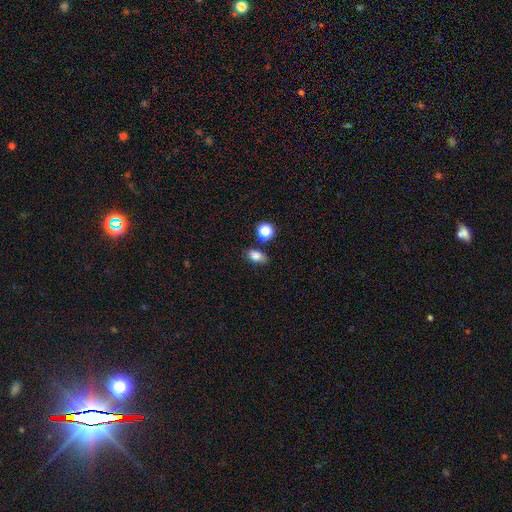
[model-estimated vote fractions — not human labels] Overall: smooth (80%). How rounded: in between (80%). Merging: none (76%).